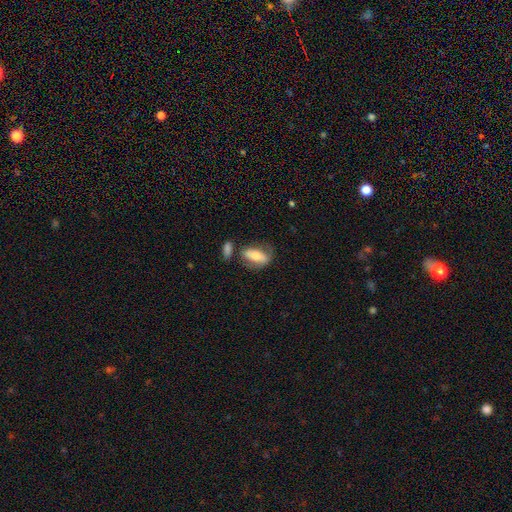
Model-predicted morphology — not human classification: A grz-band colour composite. It shows a smooth galaxy with no disk features (58%) that is in between round and cigar-shaped (82%). Merging: none (52%).